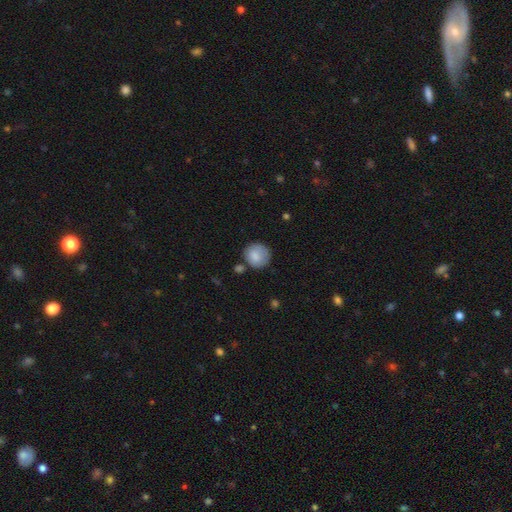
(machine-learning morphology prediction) Q: Smooth or featured?
A: smooth (83%); runner-up: featured or disk (10%)
Q: How rounded?
A: round (89%); runner-up: in between (10%)
Q: Merging?
A: none (71%); runner-up: minor disturbance (18%)